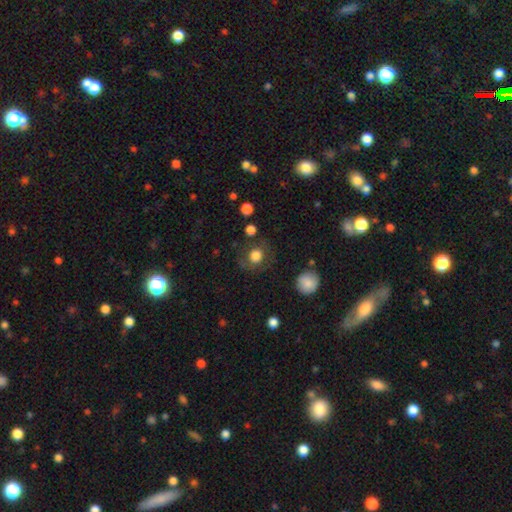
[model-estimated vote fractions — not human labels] Smooth or featured? Predicted: smooth (p=0.76). How rounded? Predicted: round (p=0.84). Merging? Predicted: none (p=0.72).